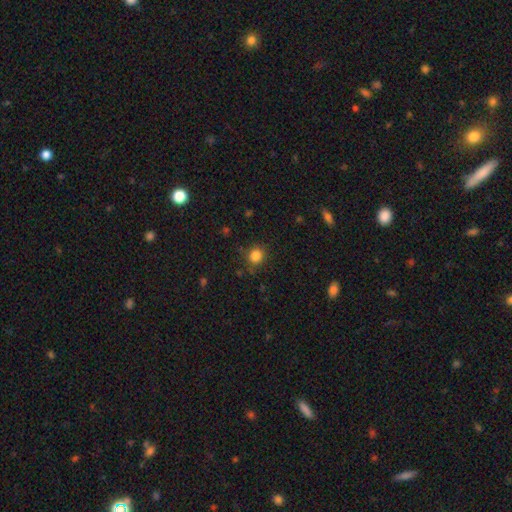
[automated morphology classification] A smooth galaxy with no disk features (84%) that is round (88%).

Vote fractions:
- Smooth or featured? smooth: 84% / star or artifact: 12% / featured or disk: 4%
- How rounded? round: 88% / in between: 11% / cigar-shaped: 1%
- Merging? none: 84% / minor disturbance: 10% / major disturbance: 3% / merger: 2%